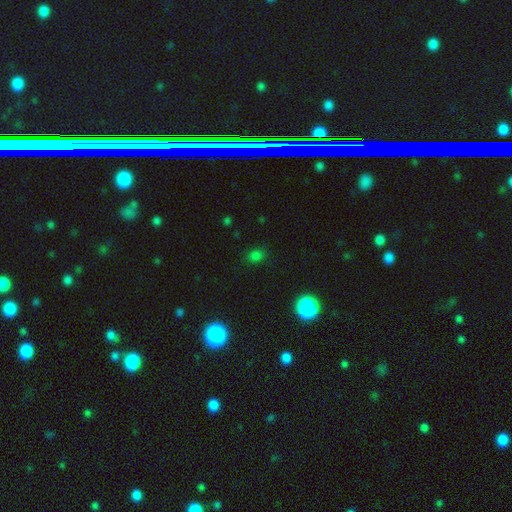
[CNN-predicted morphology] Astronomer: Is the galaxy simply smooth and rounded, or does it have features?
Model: smooth — 72%.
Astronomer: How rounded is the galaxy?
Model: round — 54% (runner-up: in between, 44%).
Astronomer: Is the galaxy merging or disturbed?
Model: none — 81%.